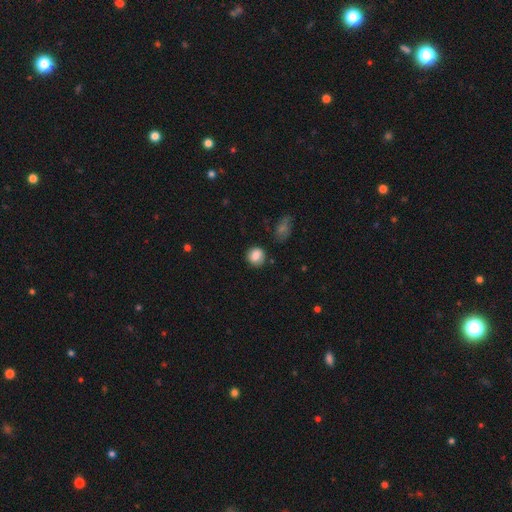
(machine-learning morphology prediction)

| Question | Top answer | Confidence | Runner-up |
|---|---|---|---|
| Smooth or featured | smooth | 84% | star or artifact (9%) |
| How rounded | round | 83% | in between (16%) |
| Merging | none | 80% | minor disturbance (14%) |